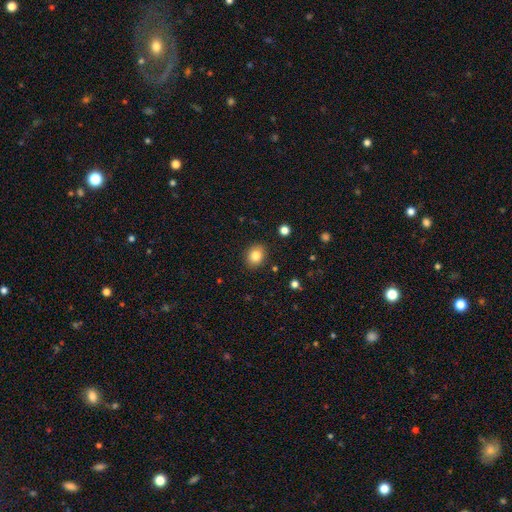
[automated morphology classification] Overall: smooth (82%). How rounded: round (53%; in between 46%). Merging: none (89%).